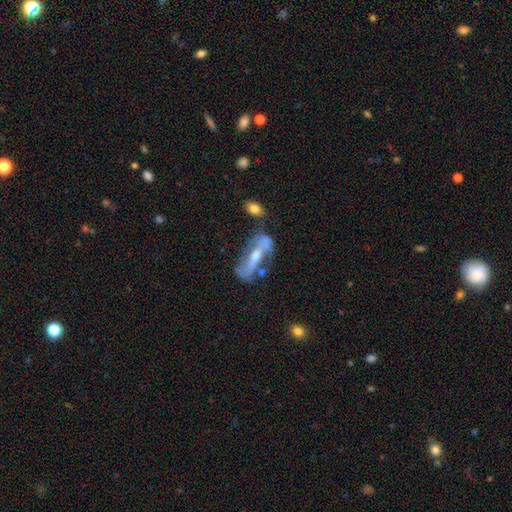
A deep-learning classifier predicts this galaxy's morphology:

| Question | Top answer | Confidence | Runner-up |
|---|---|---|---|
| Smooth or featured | featured or disk | 77% | smooth (16%) |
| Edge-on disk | no | 74% | yes (26%) |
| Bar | strong | 55% | weak (25%) |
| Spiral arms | yes | 75% | no (25%) |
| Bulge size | moderate | 59% | small (33%) |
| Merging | none | 53% | minor disturbance (21%) |